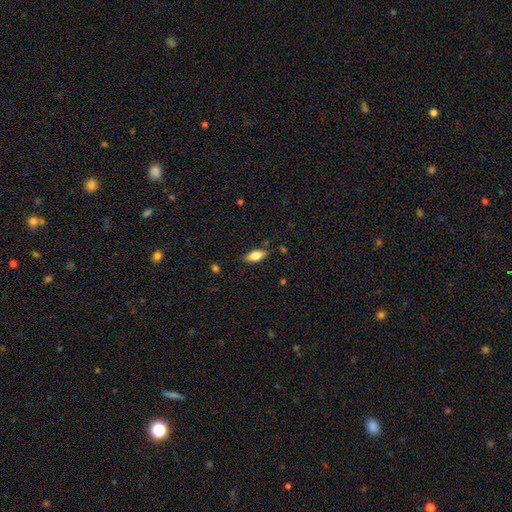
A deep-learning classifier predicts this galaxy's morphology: type=smooth (79%); roundness=in between (84%); merging=none (81%).